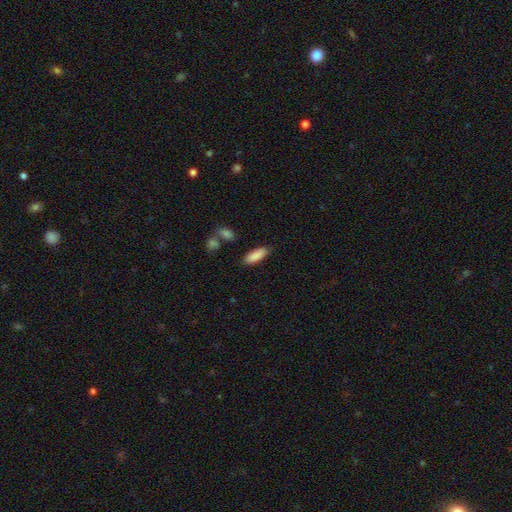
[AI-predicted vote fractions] This is clearly a smooth galaxy (87%). How rounded: likely in between (66%). Merging: clearly none (83%).